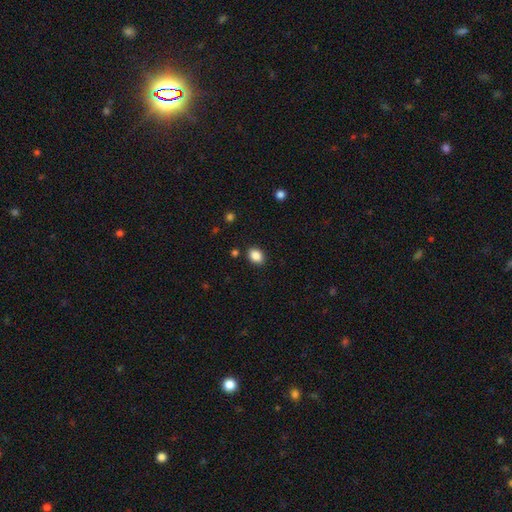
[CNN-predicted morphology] This appears to be a smooth galaxy with no disk features (87%) that is in between round and cigar-shaped (65%). Merging: none (87%).